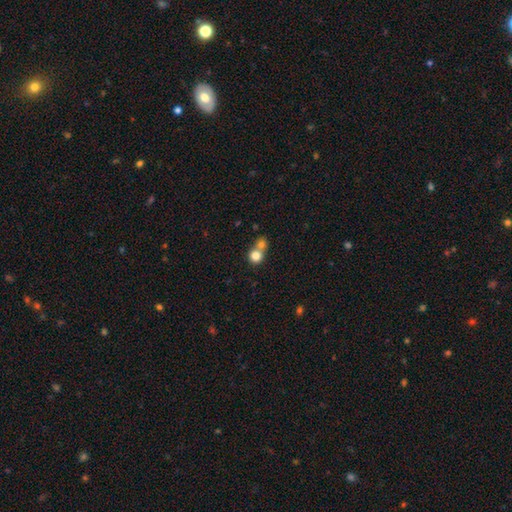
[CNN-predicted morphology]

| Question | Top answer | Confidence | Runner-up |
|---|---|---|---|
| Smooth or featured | smooth | 79% | star or artifact (11%) |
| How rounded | round | 87% | in between (12%) |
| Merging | merger | 52% | none (40%) |